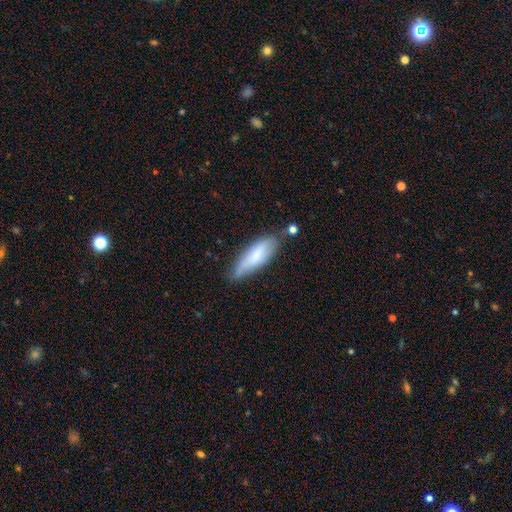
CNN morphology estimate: Smooth or featured?
  - smooth: 70% *
  - featured or disk: 23%
  - star or artifact: 6%
How rounded?
  - cigar-shaped: 51% *
  - in between: 48%
  - round: 2%
Merging?
  - none: 62% *
  - minor disturbance: 27%
  - major disturbance: 6%
  - merger: 5%